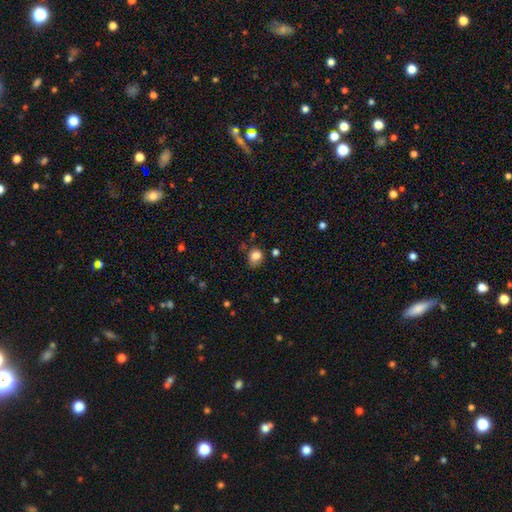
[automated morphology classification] Smooth or featured?
  - smooth: 82% *
  - star or artifact: 11%
  - featured or disk: 8%
How rounded?
  - round: 58% *
  - in between: 41%
  - cigar-shaped: 1%
Merging?
  - none: 59% *
  - minor disturbance: 29%
  - major disturbance: 9%
  - merger: 4%